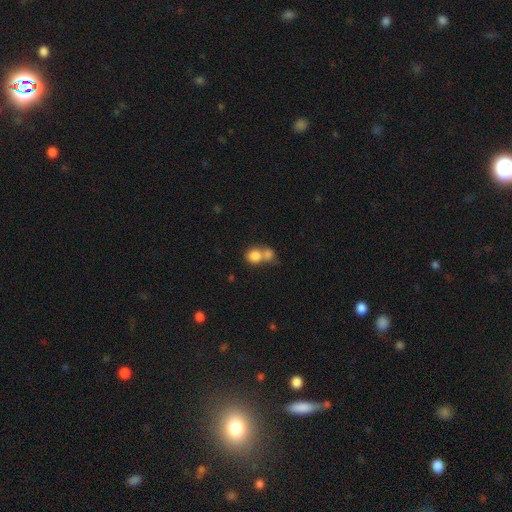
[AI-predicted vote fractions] A smooth galaxy with no disk features (82%) that is round (76%).

Vote fractions:
- Smooth or featured? smooth: 82% / featured or disk: 9% / star or artifact: 9%
- How rounded? round: 76% / in between: 23% / cigar-shaped: 1%
- Merging? merger: 59% / none: 31% / minor disturbance: 6% / major disturbance: 4%